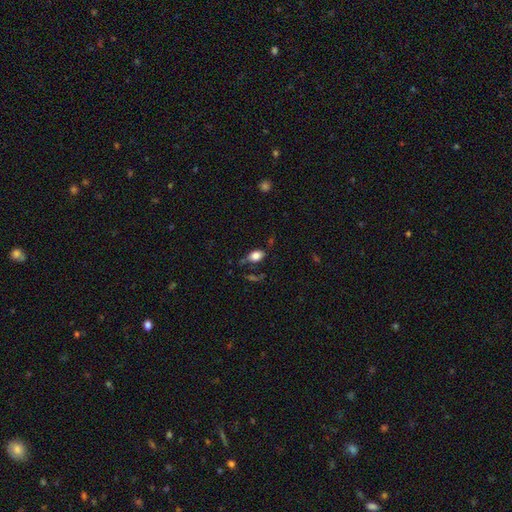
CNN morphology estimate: smooth_or_featured: smooth (p=0.83) [alt: star or artifact p=0.09]
how_rounded: in between (p=0.85) [alt: round p=0.13]
merging: none (p=0.71) [alt: minor disturbance p=0.18]